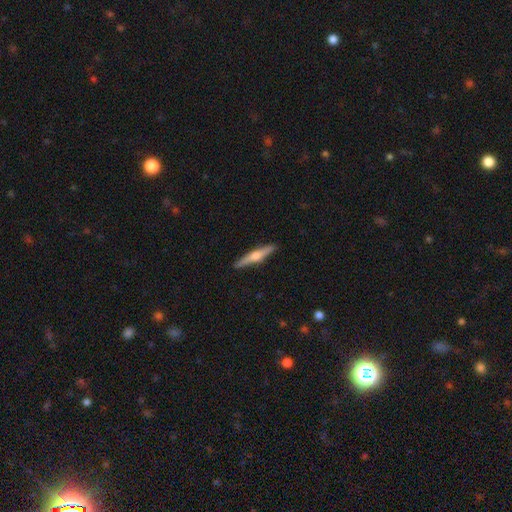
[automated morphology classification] type=featured or disk (61%); edge-on=yes (97%); edge-on bulge=rounded (89%); merging=none (91%).